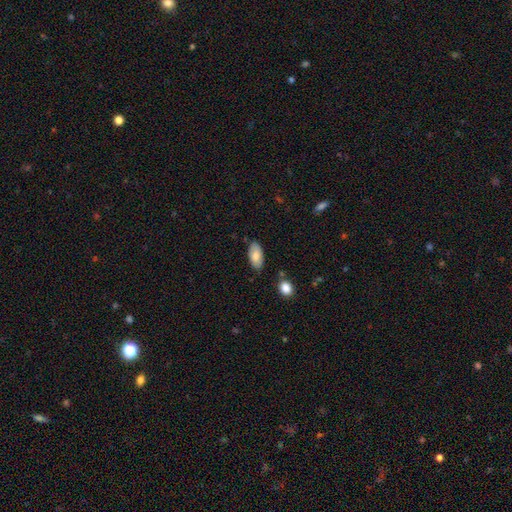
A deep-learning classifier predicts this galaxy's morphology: A smooth galaxy with no disk features (78%) that is in between round and cigar-shaped (93%).

Vote fractions:
- Smooth or featured? smooth: 78% / featured or disk: 16% / star or artifact: 7%
- How rounded? in between: 93% / cigar-shaped: 4% / round: 2%
- Merging? none: 79% / minor disturbance: 15% / merger: 3% / major disturbance: 3%